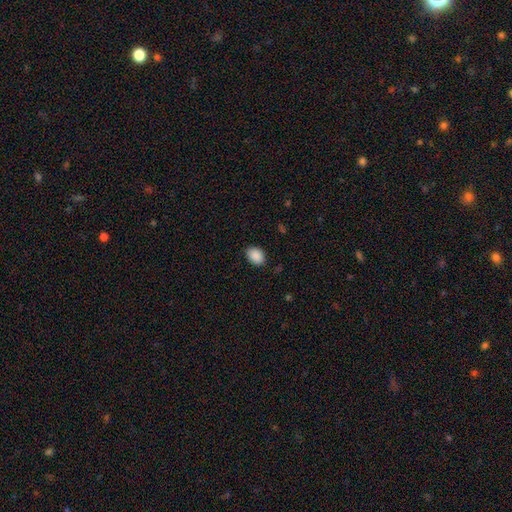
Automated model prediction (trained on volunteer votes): smooth_or_featured: smooth (p=0.90) [alt: star or artifact p=0.08]
how_rounded: in between (p=0.78) [alt: round p=0.21]
merging: none (p=0.86) [alt: minor disturbance p=0.11]